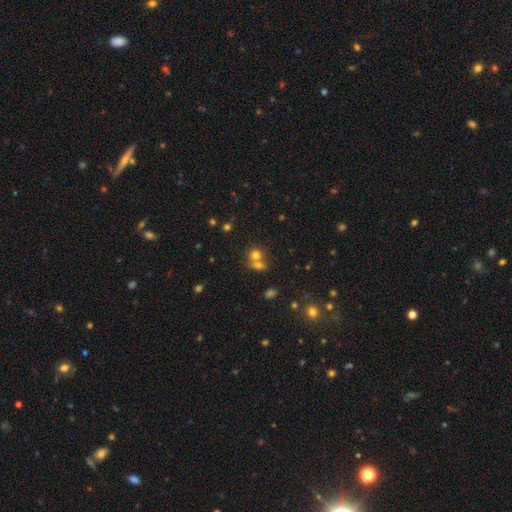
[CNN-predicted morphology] A smooth galaxy with no disk features (69%) that is round (76%). Merging: merger (51%).